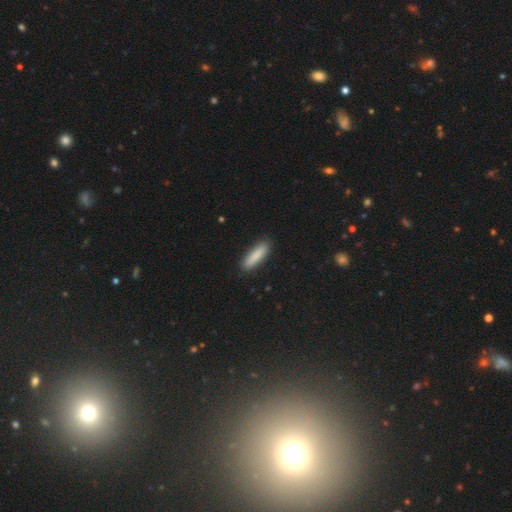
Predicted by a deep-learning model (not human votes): Q: Smooth or featured?
A: smooth (87%); runner-up: featured or disk (7%)
Q: How rounded?
A: cigar-shaped (69%); runner-up: in between (29%)
Q: Merging?
A: none (88%); runner-up: minor disturbance (9%)